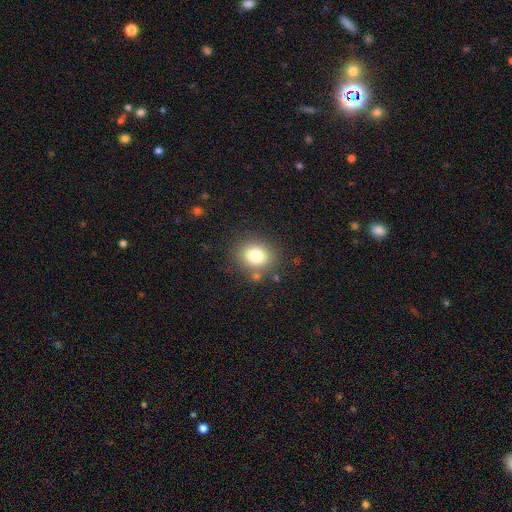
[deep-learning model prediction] The model was most divided on "how rounded": round: 72%, in between: 27%, cigar-shaped: 1%. More confident: merging — none (81%); smooth or featured — smooth (77%).